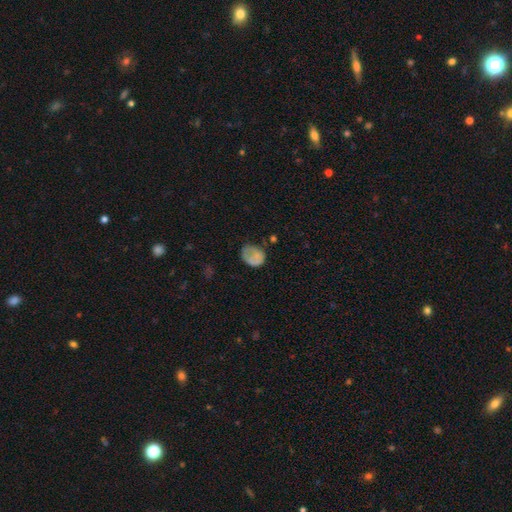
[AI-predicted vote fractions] Smooth or featured: smooth — 69% (featured or disk — 21%)
How rounded: round — 54% (in between — 45%)
Merging: none — 46% (minor disturbance — 30%)